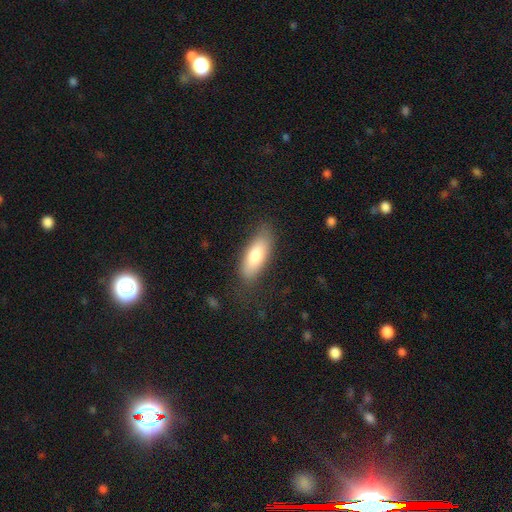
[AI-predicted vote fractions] smooth_or_featured: smooth (p=0.77) [alt: featured or disk p=0.17]
how_rounded: in between (p=0.72) [alt: cigar-shaped p=0.26]
merging: none (p=0.78) [alt: minor disturbance p=0.16]